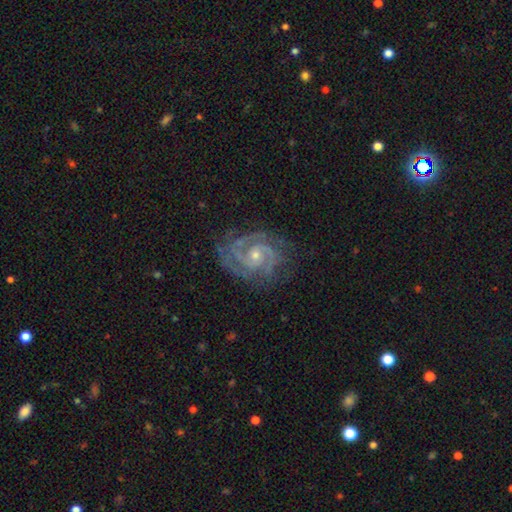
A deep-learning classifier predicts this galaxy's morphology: Smooth or featured? Predicted: featured or disk (p=0.92). Edge-on disk? Predicted: no (p=0.98). Bar? Predicted: no (p=0.64). Spiral arms? Predicted: yes (p=0.98). Spiral winding? Predicted: tight (p=0.62). Spiral arm count? Predicted: 2 (p=0.59). Bulge size? Predicted: small (p=0.61). Merging? Predicted: none (p=0.74).